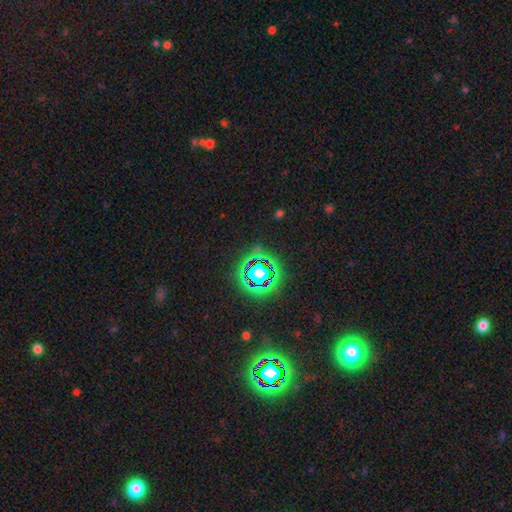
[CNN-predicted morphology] Smooth or featured? Predicted: star or artifact (p=0.80).